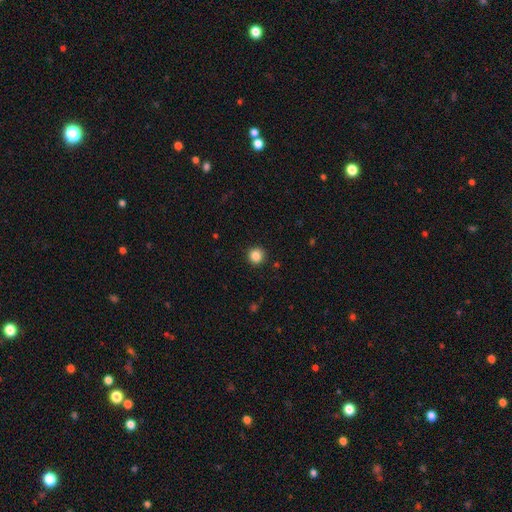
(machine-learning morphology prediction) A smooth galaxy with no disk features (86%) that is round (94%). Merging: none (92%).